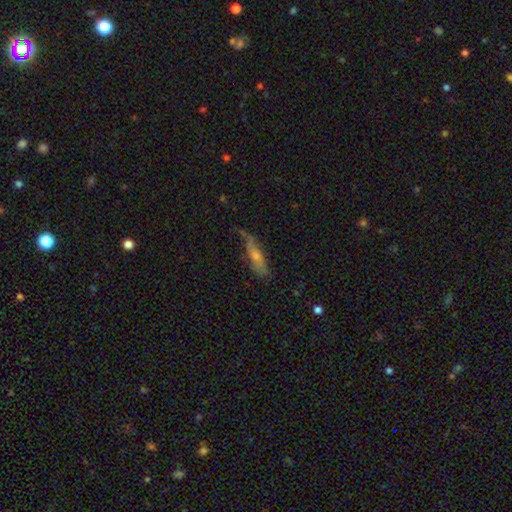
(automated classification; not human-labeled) This is possibly a featured or disk galaxy (48%). Merging: possibly none (52%).